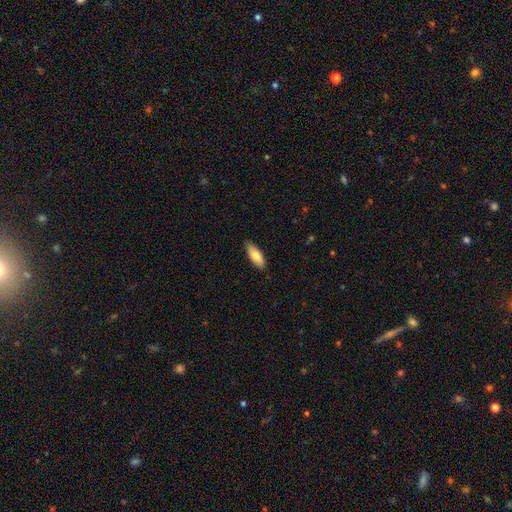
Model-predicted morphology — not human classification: This appears to be a smooth galaxy with no disk features (79%) that is in between round and cigar-shaped (66%). Merging: none (85%).